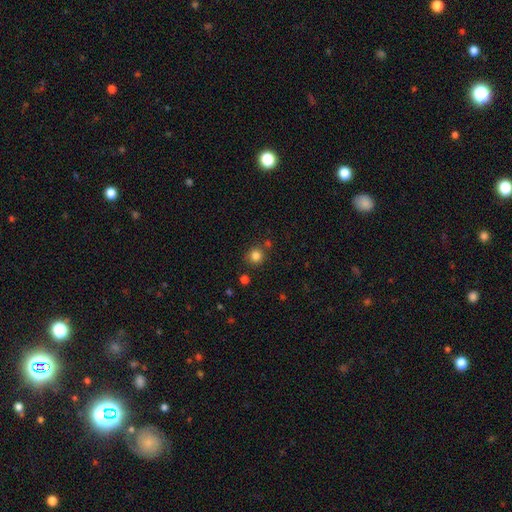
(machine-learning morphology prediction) This is clearly a smooth galaxy (83%). How rounded: clearly round (91%). Merging: likely none (80%).